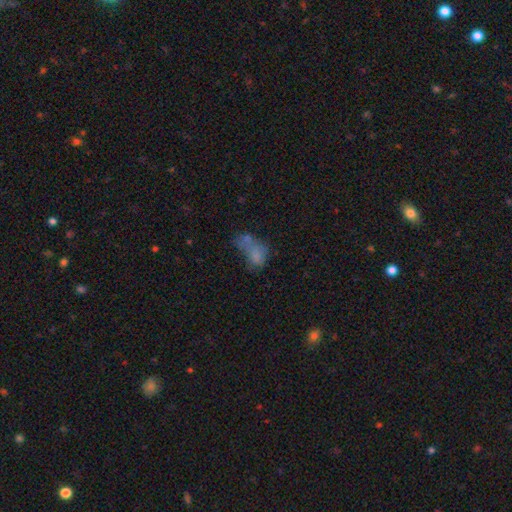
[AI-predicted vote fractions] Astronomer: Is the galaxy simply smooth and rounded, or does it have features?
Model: smooth — 62%.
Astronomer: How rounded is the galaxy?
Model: in between — 85%.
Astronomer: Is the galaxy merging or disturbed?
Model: major disturbance — 32% (runner-up: merger, 31%).